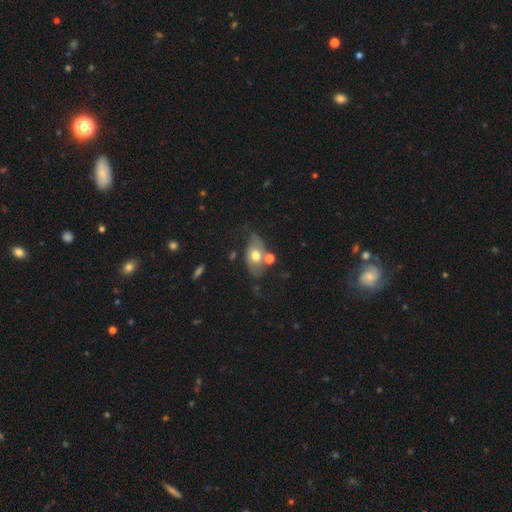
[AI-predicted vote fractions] smooth 55%, featured or disk 37%, star or artifact 8%. Down the decision tree: how rounded — in between (84%); merging — none (54%).